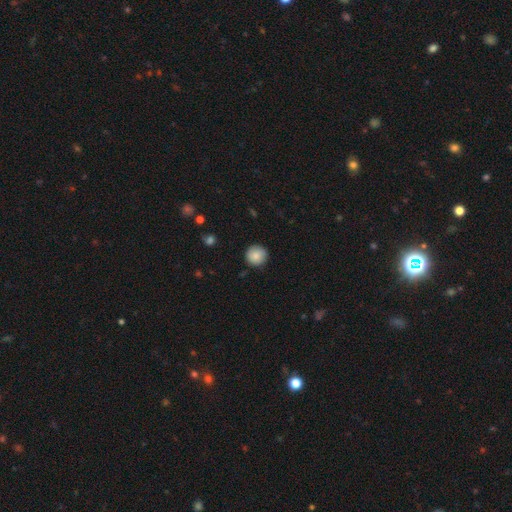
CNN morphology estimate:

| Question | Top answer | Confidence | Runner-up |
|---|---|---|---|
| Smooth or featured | smooth | 87% | star or artifact (8%) |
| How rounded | round | 95% | in between (4%) |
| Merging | none | 88% | minor disturbance (9%) |